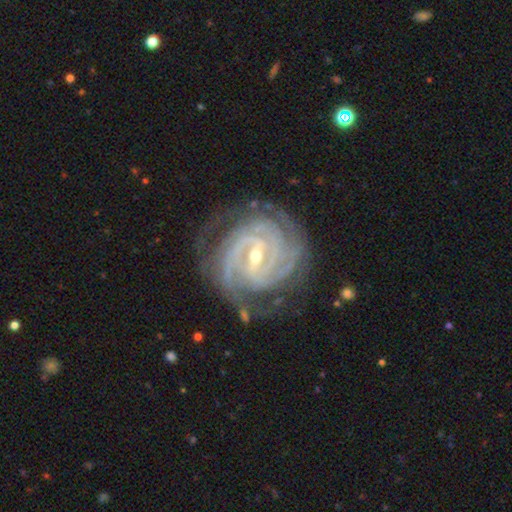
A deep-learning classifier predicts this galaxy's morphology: Overall: featured or disk (93%). Edge-on disk: no (97%). Bar: strong (46%; weak 43%). Spiral arms: yes (99%). Spiral arm count: 4 (31%; 3 24%). Spiral winding: tight (81%). Bulge size: small (56%; moderate 41%). Merging: none (77%).